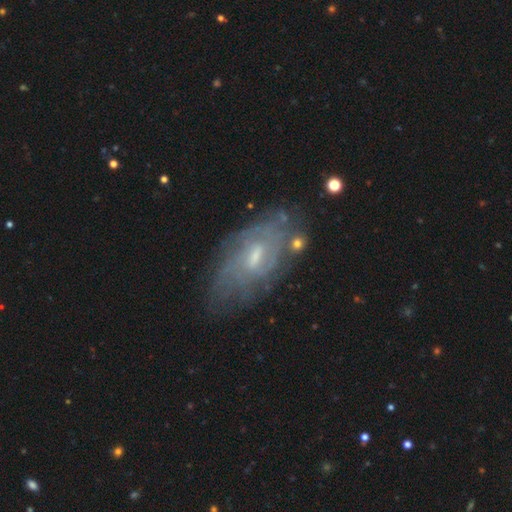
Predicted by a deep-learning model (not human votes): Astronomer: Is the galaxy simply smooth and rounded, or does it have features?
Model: featured or disk — 74%.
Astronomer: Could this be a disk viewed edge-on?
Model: no — 92%.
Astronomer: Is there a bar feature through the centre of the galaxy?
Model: weak — 53% (runner-up: no, 36%).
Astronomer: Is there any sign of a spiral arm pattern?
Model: yes — 79%.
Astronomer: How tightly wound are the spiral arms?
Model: tight — 56% (runner-up: medium, 32%).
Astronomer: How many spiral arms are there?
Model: can't tell — 62%.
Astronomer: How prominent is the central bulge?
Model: moderate — 46% (runner-up: small, 44%).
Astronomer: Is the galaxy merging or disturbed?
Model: none — 69%.